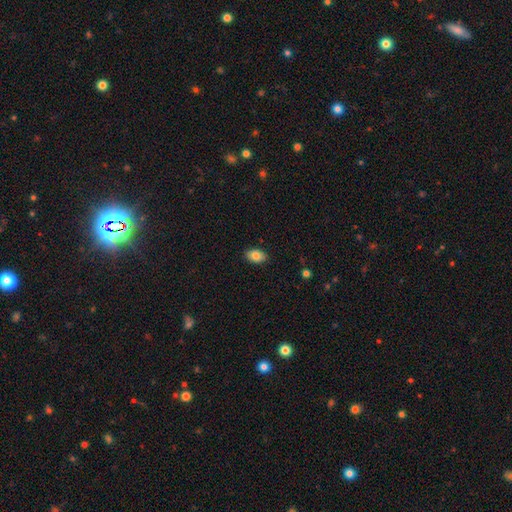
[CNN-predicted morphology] This appears to be a smooth galaxy with no disk features (84%) that is in between round and cigar-shaped (89%). Merging: none (89%).